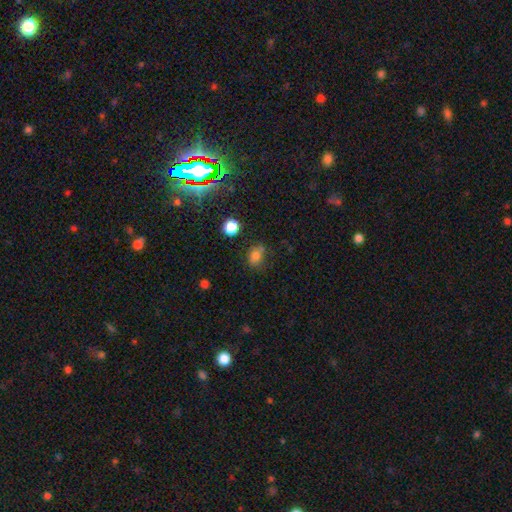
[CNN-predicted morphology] smooth-or-featured: smooth: 76% | star or artifact: 16% | featured or disk: 8%
  how-rounded: in between: 61% | round: 38% | cigar-shaped: 2%
  merging: none: 63% | minor disturbance: 23% | merger: 8% | major disturbance: 7%